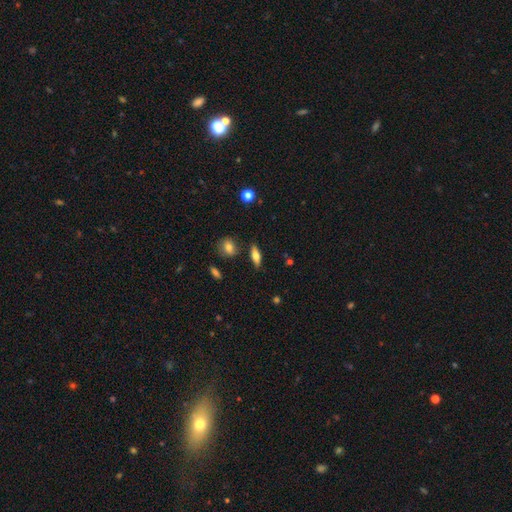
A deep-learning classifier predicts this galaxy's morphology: A smooth galaxy with no disk features (61%) that is in between round and cigar-shaped (64%). Merging: none (83%).